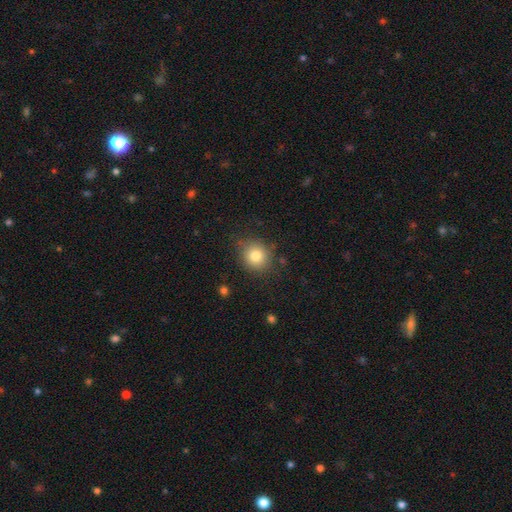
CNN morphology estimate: The model was most divided on "smooth or featured": smooth: 79%, star or artifact: 11%, featured or disk: 9%. More confident: how rounded — round (85%); merging — none (82%).